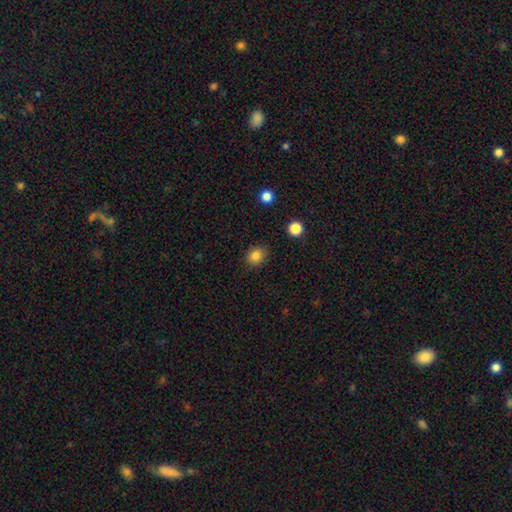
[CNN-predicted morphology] Overall: smooth (84%). How rounded: round (72%). Merging: none (87%).